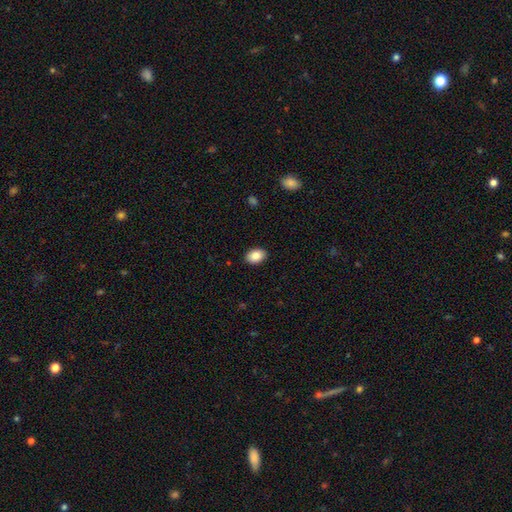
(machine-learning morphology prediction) Smooth or featured: smooth — 86% (star or artifact — 7%)
How rounded: in between — 82% (round — 17%)
Merging: none — 90% (minor disturbance — 7%)